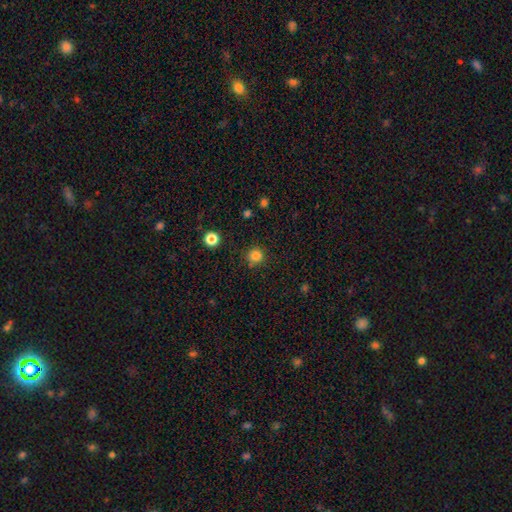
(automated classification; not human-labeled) Smooth or featured?
  - smooth: 82% *
  - star or artifact: 14%
  - featured or disk: 4%
How rounded?
  - round: 93% *
  - in between: 6%
  - cigar-shaped: 1%
Merging?
  - none: 83% *
  - minor disturbance: 11%
  - merger: 3%
  - major disturbance: 3%